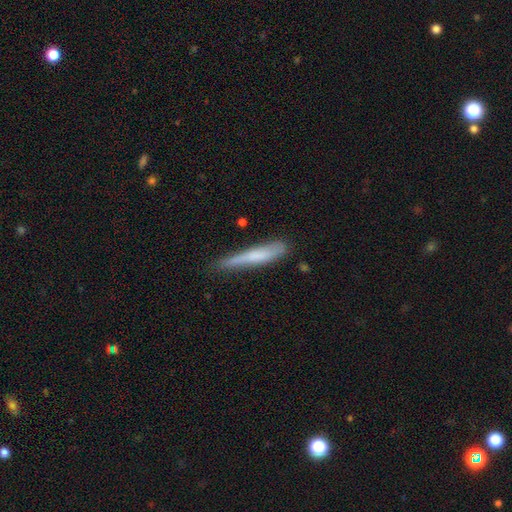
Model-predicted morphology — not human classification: This is likely a smooth galaxy (65%). How rounded: clearly cigar-shaped (93%). Merging: possibly none (60%).